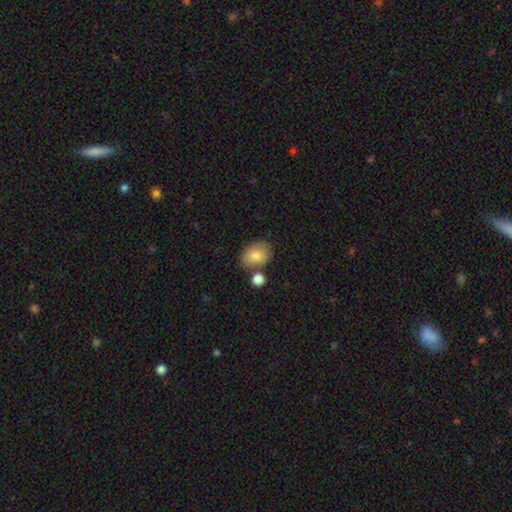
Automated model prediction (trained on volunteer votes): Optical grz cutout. It shows a smooth galaxy with no disk features (82%) that is in between round and cigar-shaped (78%). Merging: none (66%).